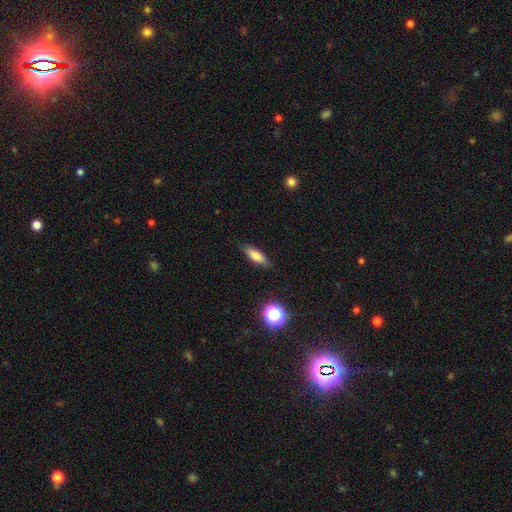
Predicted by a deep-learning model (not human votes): smooth_or_featured: smooth (p=0.76) [alt: featured or disk p=0.15]
how_rounded: in between (p=0.56) [alt: cigar-shaped p=0.41]
merging: none (p=0.84) [alt: minor disturbance p=0.12]